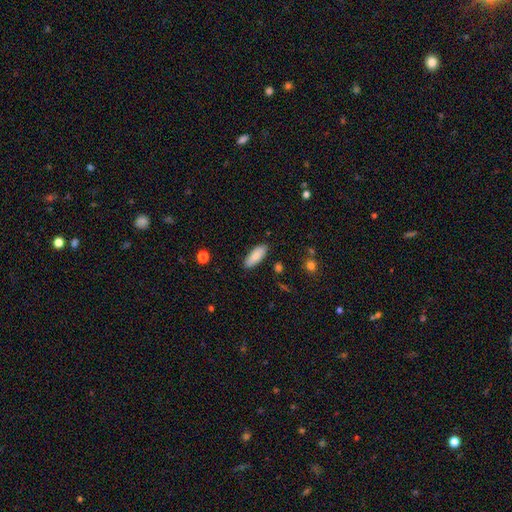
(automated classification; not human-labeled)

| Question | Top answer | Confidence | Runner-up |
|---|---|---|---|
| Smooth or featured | smooth | 85% | featured or disk (9%) |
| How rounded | in between | 78% | cigar-shaped (21%) |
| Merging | none | 86% | minor disturbance (10%) |